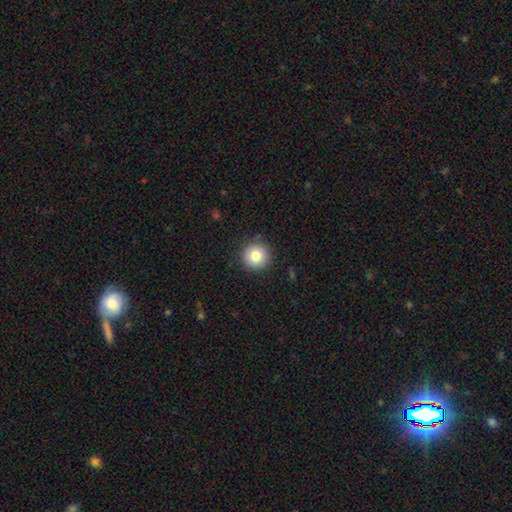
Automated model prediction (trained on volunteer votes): Q: Smooth or featured?
A: smooth (80%); runner-up: star or artifact (11%)
Q: How rounded?
A: round (96%); runner-up: in between (3%)
Q: Merging?
A: none (90%); runner-up: minor disturbance (7%)